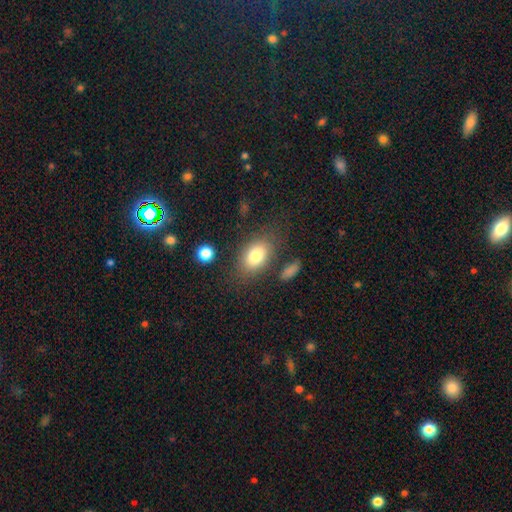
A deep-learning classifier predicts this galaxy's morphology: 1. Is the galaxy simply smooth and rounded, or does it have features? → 79% smooth, 12% featured or disk, 9% star or artifact.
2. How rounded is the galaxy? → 84% in between, 14% round, 2% cigar-shaped.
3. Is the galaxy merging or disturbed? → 74% none, 14% minor disturbance, 7% major disturbance, 5% merger.